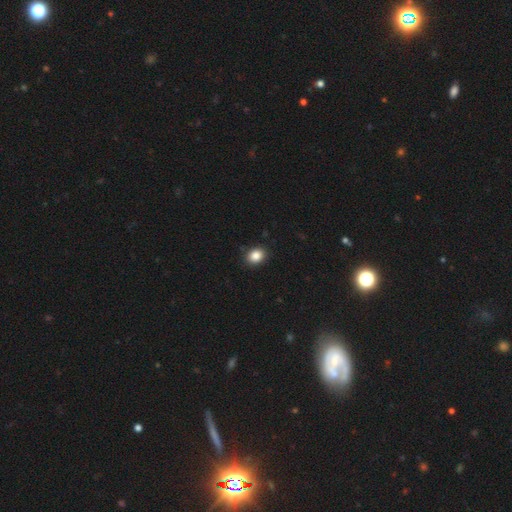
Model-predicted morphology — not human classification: Smooth or featured?
  - smooth: 86% *
  - star or artifact: 9%
  - featured or disk: 4%
How rounded?
  - in between: 53% *
  - round: 46%
  - cigar-shaped: 1%
Merging?
  - none: 88% *
  - minor disturbance: 9%
  - major disturbance: 2%
  - merger: 1%